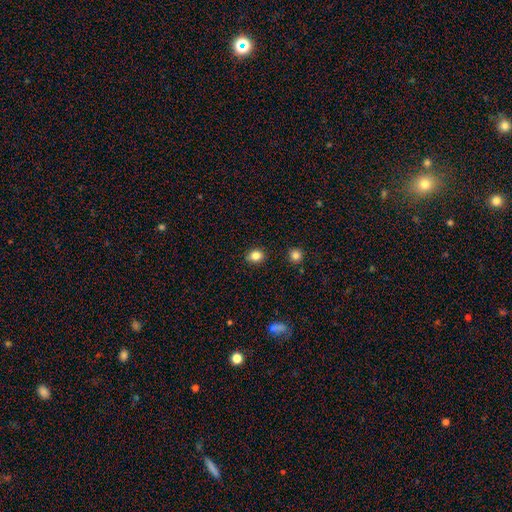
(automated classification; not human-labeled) Smooth or featured: smooth — 83% (star or artifact — 11%)
How rounded: round — 59% (in between — 40%)
Merging: none — 89% (minor disturbance — 8%)